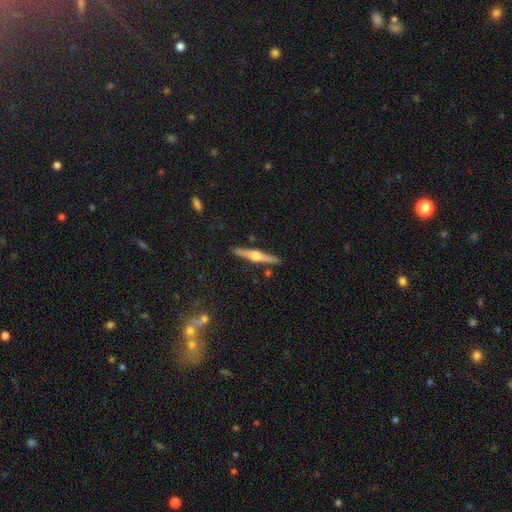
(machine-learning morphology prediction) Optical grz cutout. It shows a featured or disk galaxy (73%) viewed edge-on (98%) with a rounded central bulge (91%). Merging: none (89%).